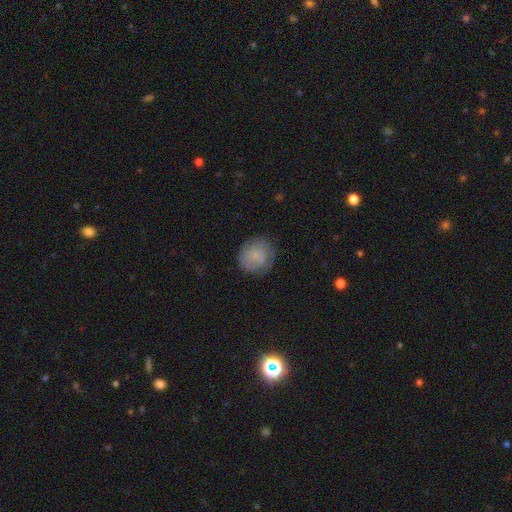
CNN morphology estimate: Smooth or featured: smooth — 76% (featured or disk — 16%)
How rounded: round — 89% (in between — 10%)
Merging: none — 77% (minor disturbance — 16%)